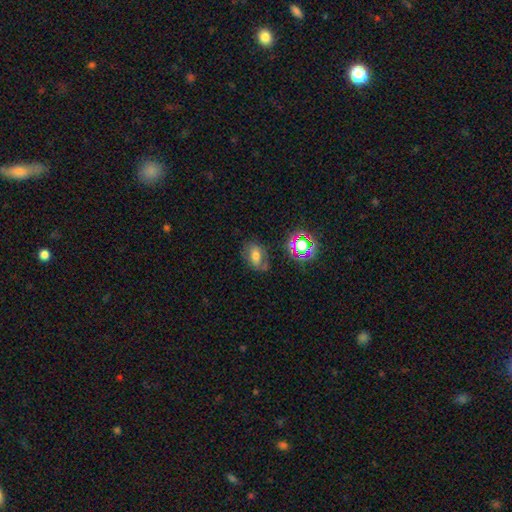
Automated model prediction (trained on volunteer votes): Overall: smooth (56%; featured or disk 24%). How rounded: in between (78%). Merging: none (64%).